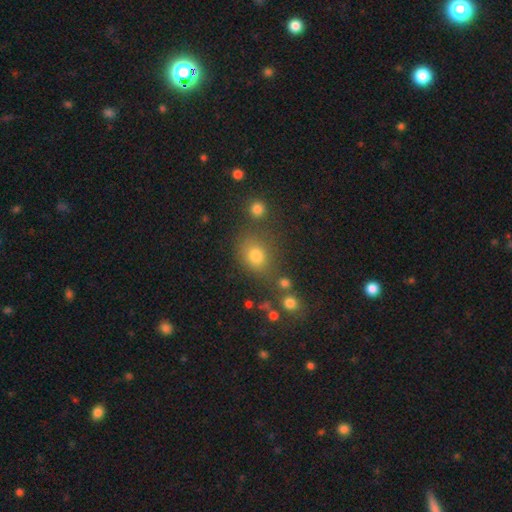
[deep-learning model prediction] smooth 75%, star or artifact 17%, featured or disk 8%. Down the decision tree: how rounded — round (57%); merging — none (65%).